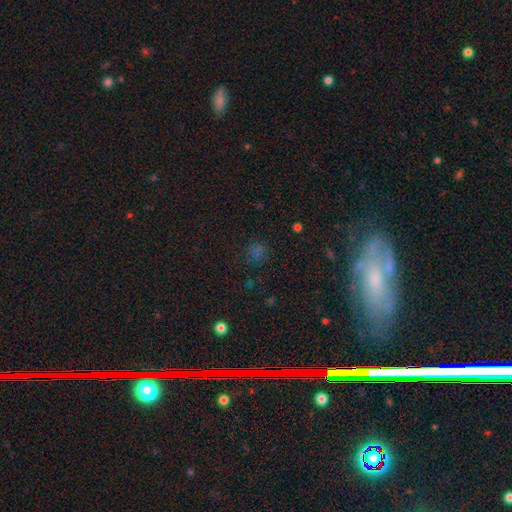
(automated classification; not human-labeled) Q: Smooth or featured?
A: star or artifact (49%); runner-up: smooth (40%)